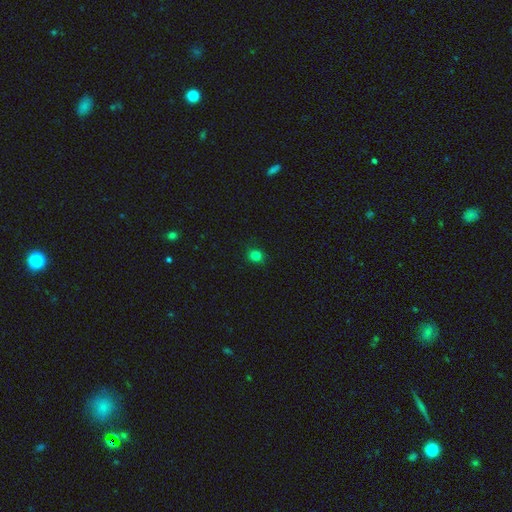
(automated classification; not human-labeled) Smooth or featured? Predicted: smooth (p=0.82). How rounded? Predicted: round (p=0.81). Merging? Predicted: none (p=0.89).